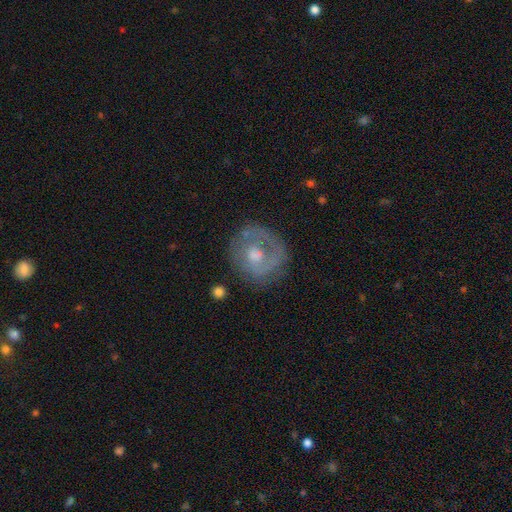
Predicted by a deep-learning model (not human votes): This is likely a featured or disk galaxy (60%). It is clearly not viewed edge-on (97%). Bar: likely no (76%). Spiral arm pattern: possibly yes (59%). Central bulge: likely moderate (64%). Merging: likely none (68%).